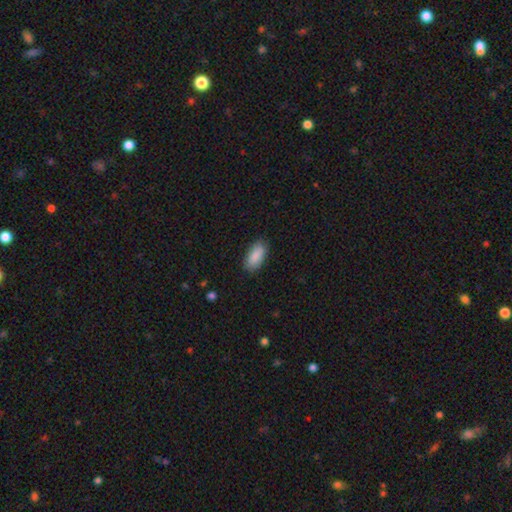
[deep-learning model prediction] This appears to be a smooth galaxy with no disk features (90%) that is in between round and cigar-shaped (90%). Merging: none (86%).